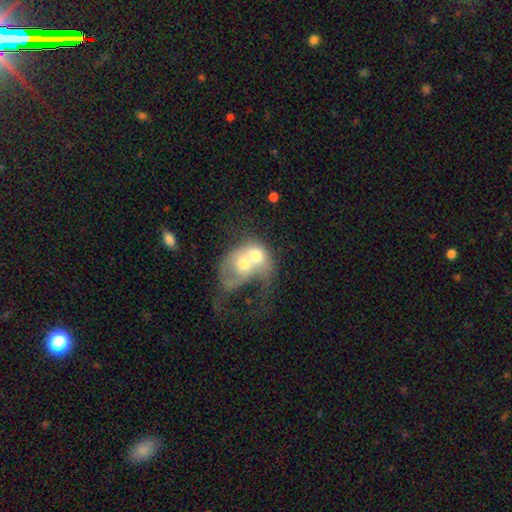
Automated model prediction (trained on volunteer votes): Smooth or featured? smooth (50%)
How rounded? in between (54%)
Merging? merger (80%)